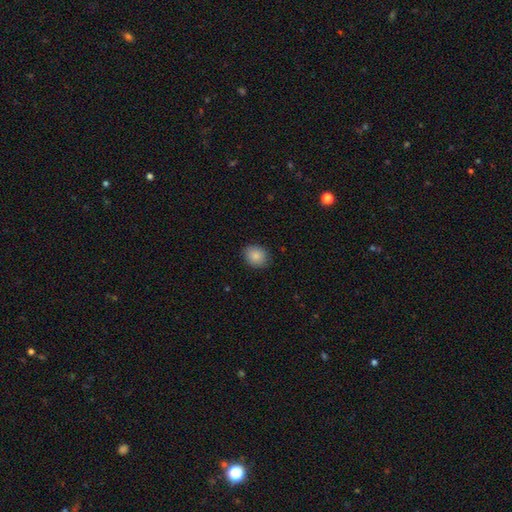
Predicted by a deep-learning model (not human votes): Smooth or featured? smooth (86%)
How rounded? round (58%)
Merging? none (86%)